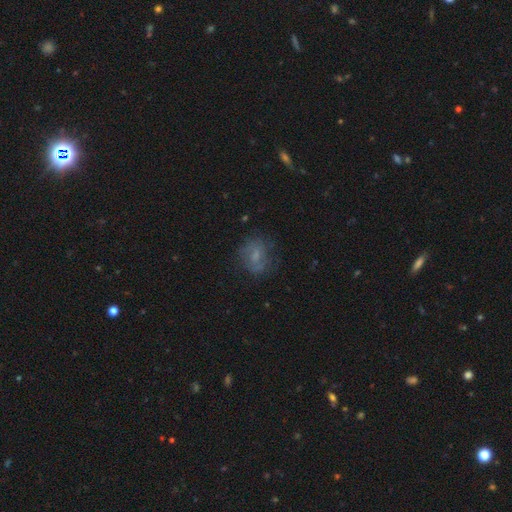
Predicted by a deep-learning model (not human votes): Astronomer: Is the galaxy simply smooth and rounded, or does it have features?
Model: smooth — 49% (runner-up: featured or disk, 37%).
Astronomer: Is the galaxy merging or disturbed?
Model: none — 65%.